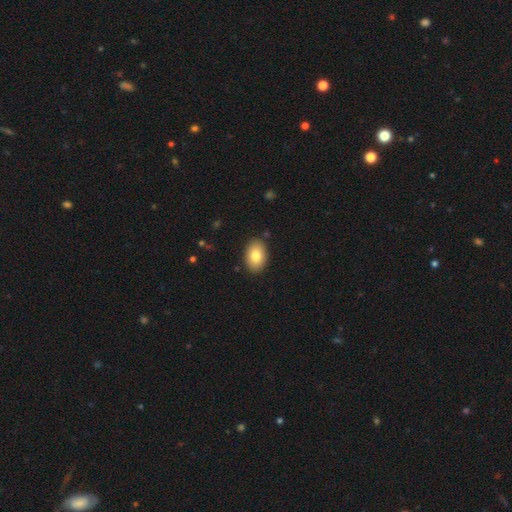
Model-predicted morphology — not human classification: type=smooth (82%); roundness=in between (87%); merging=none (88%).